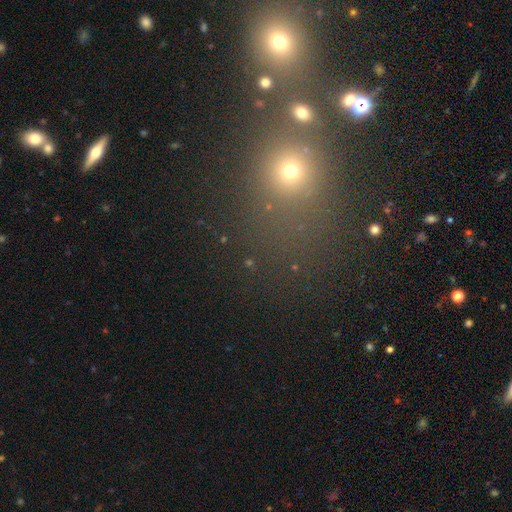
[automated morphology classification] The model was most divided on "smooth or featured": star or artifact: 46%, smooth: 44%, featured or disk: 9%.